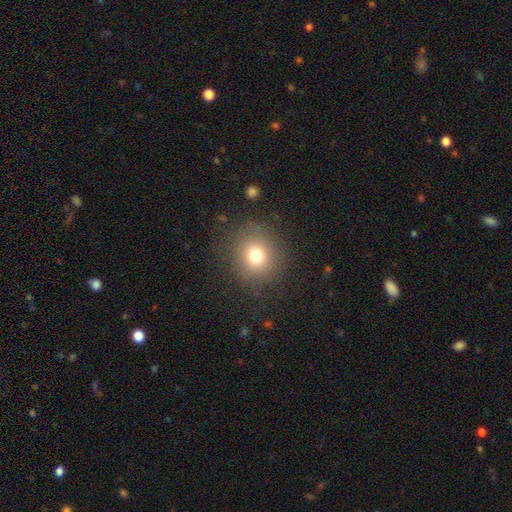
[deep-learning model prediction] Smooth or featured? smooth (75%)
How rounded? round (88%)
Merging? none (86%)